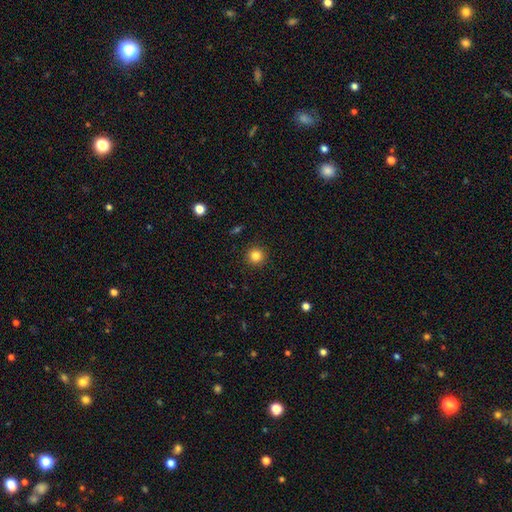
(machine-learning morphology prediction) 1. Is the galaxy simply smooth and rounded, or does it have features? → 84% smooth, 11% star or artifact, 5% featured or disk.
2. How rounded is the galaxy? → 95% round, 4% in between, 1% cigar-shaped.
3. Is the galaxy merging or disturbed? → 92% none, 5% minor disturbance, 2% major disturbance, 1% merger.